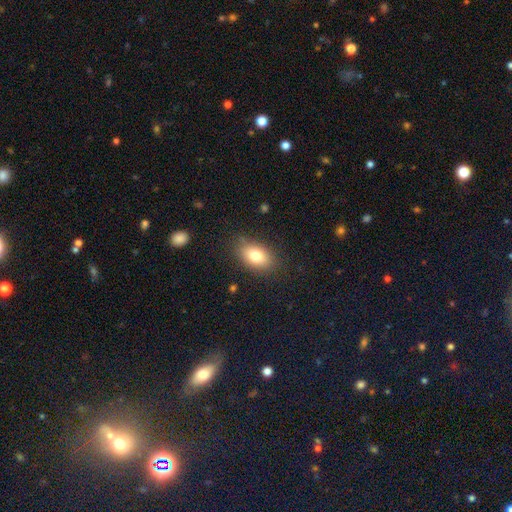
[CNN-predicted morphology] Smooth or featured? smooth (78%)
How rounded? in between (87%)
Merging? none (81%)